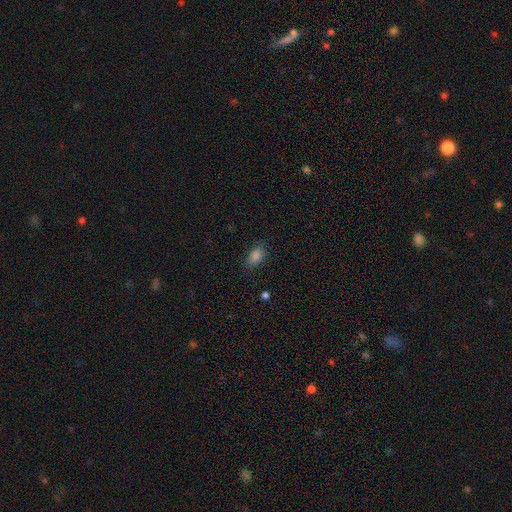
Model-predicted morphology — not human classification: A smooth galaxy with no disk features (82%) that is in between round and cigar-shaped (86%).

Vote fractions:
- Smooth or featured? smooth: 82% / star or artifact: 13% / featured or disk: 5%
- How rounded? in between: 86% / round: 12% / cigar-shaped: 3%
- Merging? none: 83% / minor disturbance: 13% / major disturbance: 3% / merger: 1%